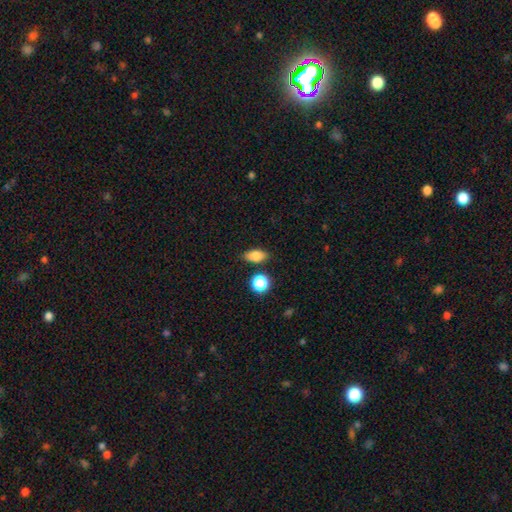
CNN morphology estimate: type=smooth (81%); roundness=in between (82%); merging=none (83%).